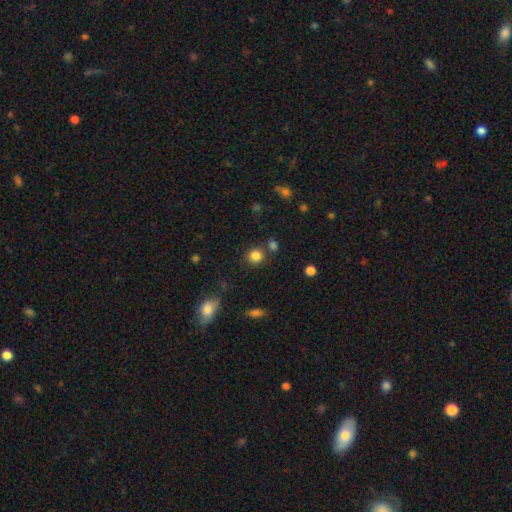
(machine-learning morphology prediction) smooth-or-featured: smooth: 83% | star or artifact: 12% | featured or disk: 5%
  how-rounded: round: 84% | in between: 15% | cigar-shaped: 1%
  merging: none: 77% | minor disturbance: 10% | merger: 9% | major disturbance: 4%